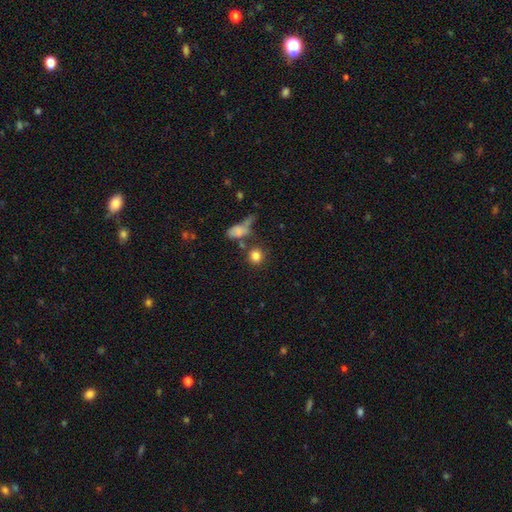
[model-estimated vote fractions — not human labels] The model was most divided on "merging": none: 72%, merger: 13%, minor disturbance: 10%, major disturbance: 5%. More confident: how rounded — round (84%); smooth or featured — smooth (82%).